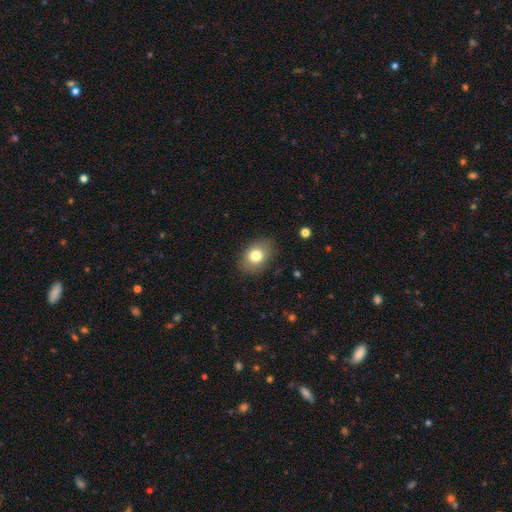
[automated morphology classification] This is likely a smooth galaxy (79%). How rounded: likely in between (73%). Merging: clearly none (84%).